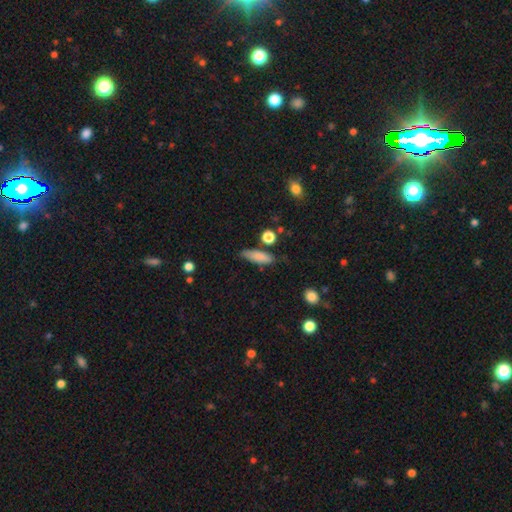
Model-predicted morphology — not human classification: This is clearly a smooth galaxy (81%). How rounded: possibly cigar-shaped (56%). Merging: likely none (77%).